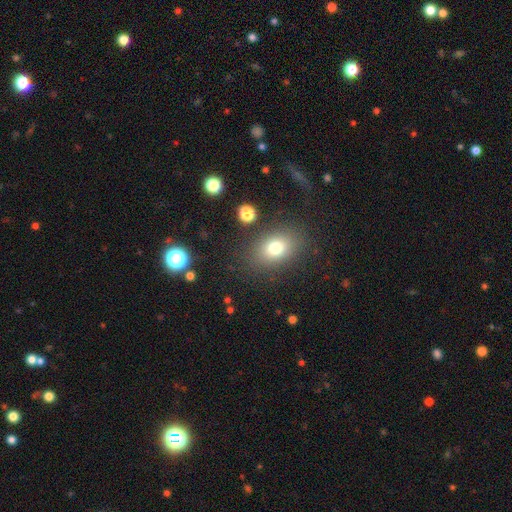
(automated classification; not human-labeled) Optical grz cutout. It shows a smooth galaxy with no disk features (64%) that is in between round and cigar-shaped (66%). Merging: none (85%).